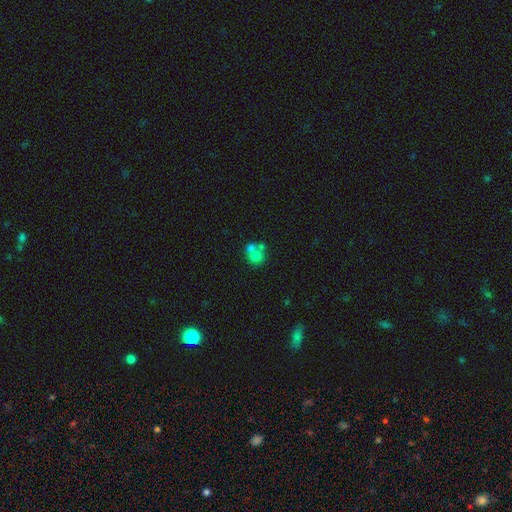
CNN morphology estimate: Smooth or featured? Predicted: smooth (p=0.67). How rounded? Predicted: round (p=0.80). Merging? Predicted: merger (p=0.55).